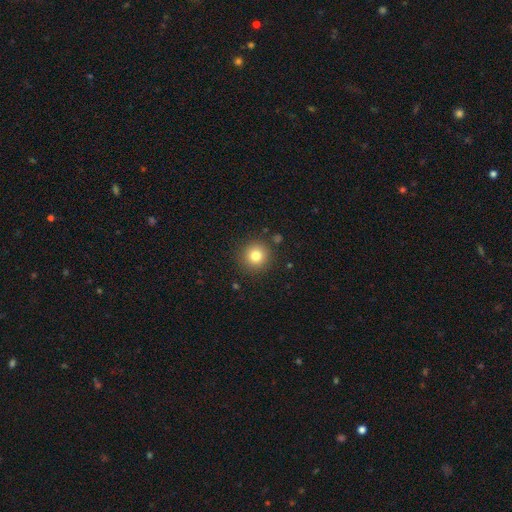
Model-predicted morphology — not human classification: smooth 80%, star or artifact 12%, featured or disk 8%. Down the decision tree: how rounded — round (95%); merging — none (89%).